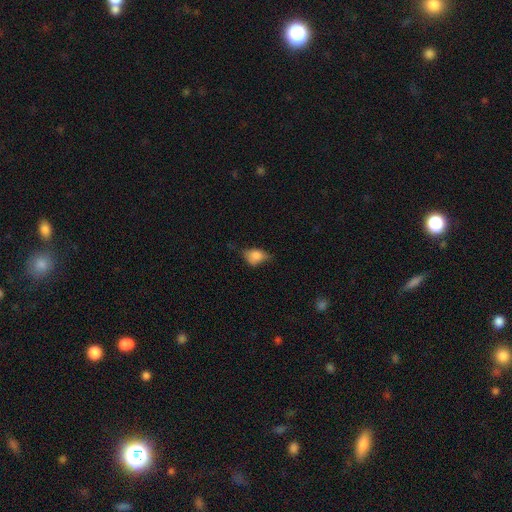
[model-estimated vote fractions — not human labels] A smooth galaxy with no disk features (77%) that is in between round and cigar-shaped (72%).

Vote fractions:
- Smooth or featured? smooth: 77% / featured or disk: 14% / star or artifact: 9%
- How rounded? in between: 72% / round: 25% / cigar-shaped: 2%
- Merging? minor disturbance: 42% / none: 40% / major disturbance: 17% / merger: 2%